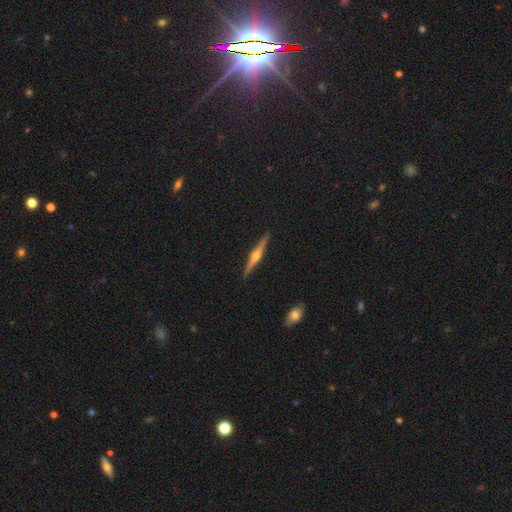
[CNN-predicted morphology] Smooth or featured?
  - featured or disk: 79% *
  - smooth: 16%
  - star or artifact: 5%
Edge-on disk?
  - yes: 98% *
  - no: 2%
Edge-on bulge?
  - rounded: 92% *
  - boxy: 4%
  - none: 4%
Merging?
  - none: 91% *
  - minor disturbance: 6%
  - major disturbance: 1%
  - merger: 1%